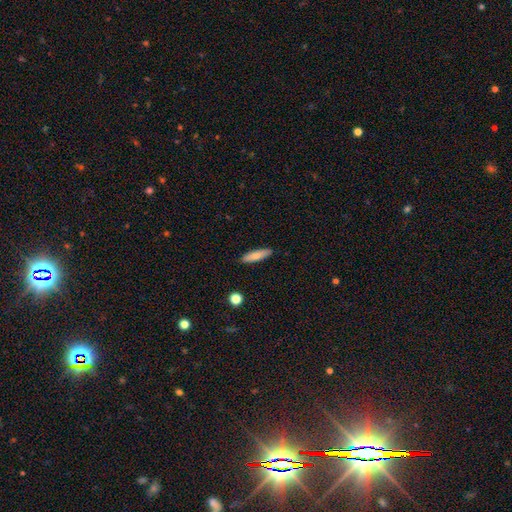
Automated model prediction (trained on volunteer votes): This appears to be a smooth galaxy with no disk features (78%) that is cigar-shaped (72%). Merging: none (89%).